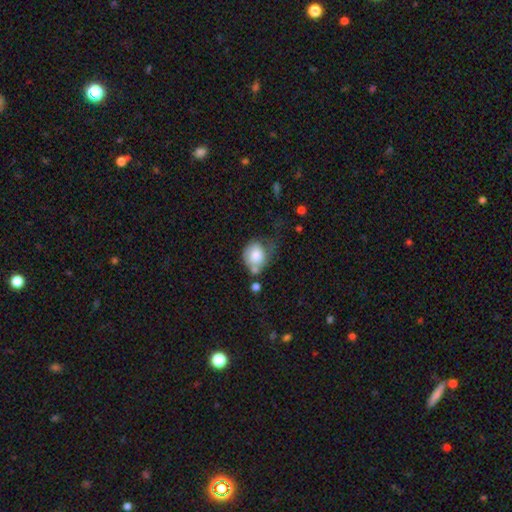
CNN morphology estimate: type=smooth (72%); roundness=round (61%); merging=none (29%, tied with minor disturbance).